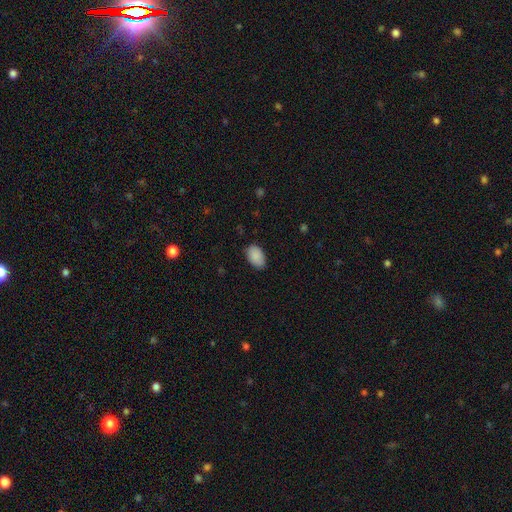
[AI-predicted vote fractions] smooth 90%, star or artifact 7%, featured or disk 3%. Down the decision tree: how rounded — in between (91%); merging — none (82%).